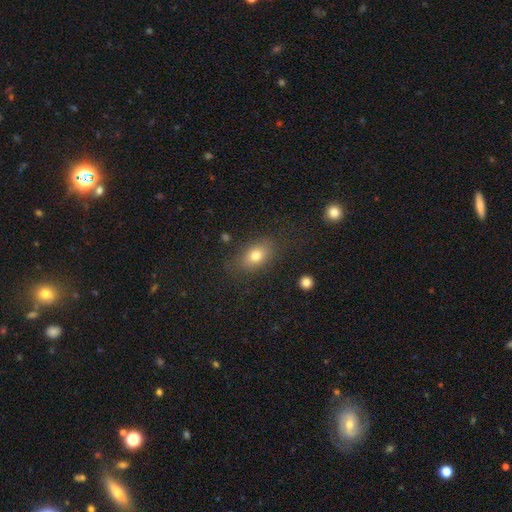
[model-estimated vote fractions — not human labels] Morphology: type=smooth (76%); roundness=in between (82%); merging=none (79%).